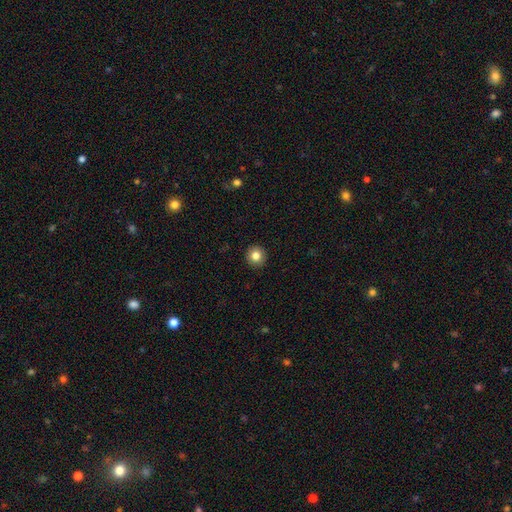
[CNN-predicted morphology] This is clearly a smooth galaxy (83%). How rounded: clearly round (94%). Merging: clearly none (93%).